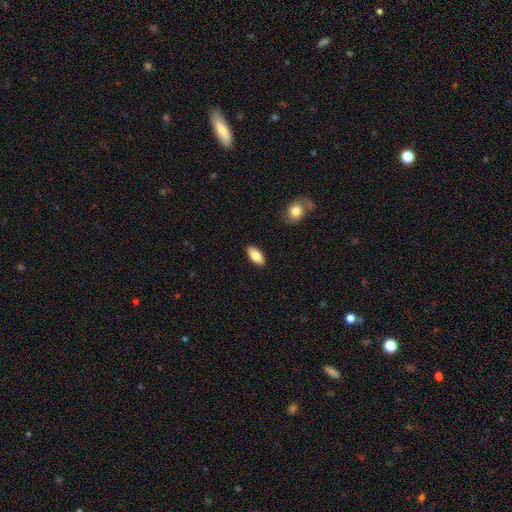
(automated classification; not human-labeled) Smooth or featured: smooth — 80% (featured or disk — 14%)
How rounded: in between — 88% (cigar-shaped — 10%)
Merging: none — 89% (minor disturbance — 8%)